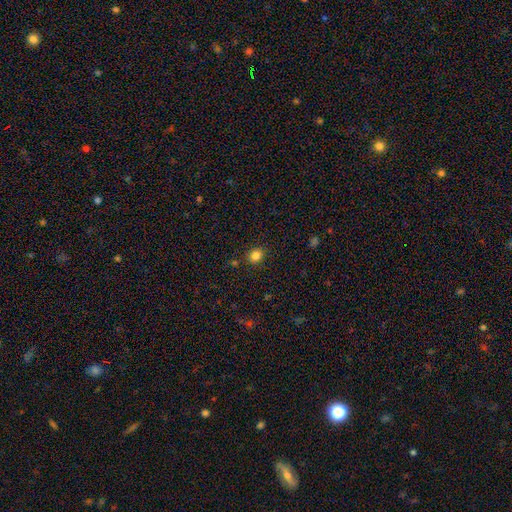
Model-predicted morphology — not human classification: This is clearly a smooth galaxy (82%). How rounded: likely round (74%). Merging: clearly none (86%).